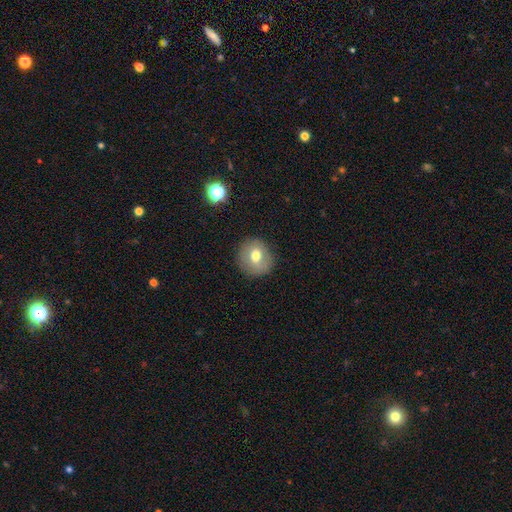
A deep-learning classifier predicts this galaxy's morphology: Overall: smooth (69%). How rounded: round (84%). Merging: none (85%).